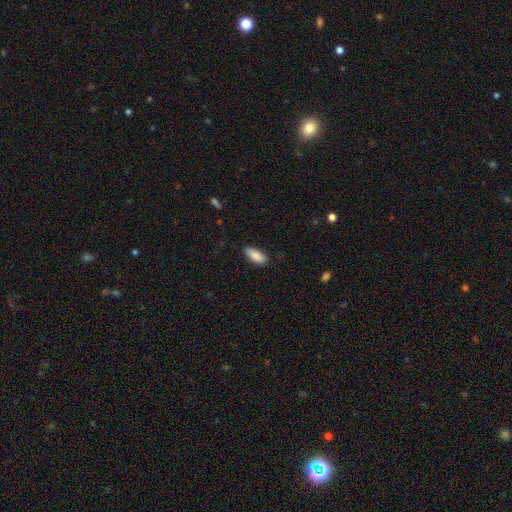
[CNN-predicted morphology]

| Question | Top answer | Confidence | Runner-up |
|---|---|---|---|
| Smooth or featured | smooth | 89% | star or artifact (6%) |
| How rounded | in between | 85% | cigar-shaped (13%) |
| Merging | none | 84% | minor disturbance (13%) |